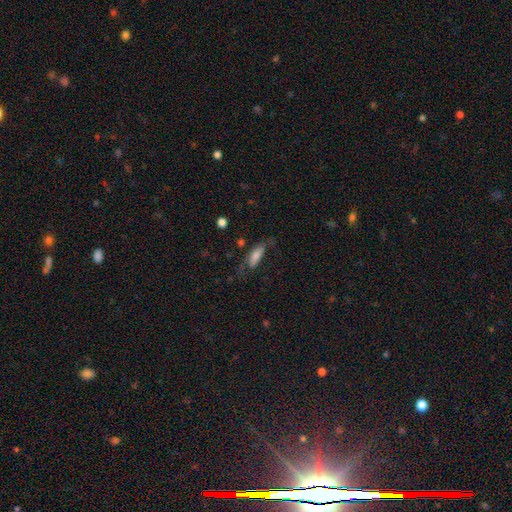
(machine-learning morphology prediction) Smooth or featured?
  - smooth: 64% *
  - featured or disk: 27%
  - star or artifact: 8%
How rounded?
  - in between: 58% *
  - cigar-shaped: 39%
  - round: 3%
Merging?
  - none: 46% *
  - minor disturbance: 27%
  - major disturbance: 24%
  - merger: 3%